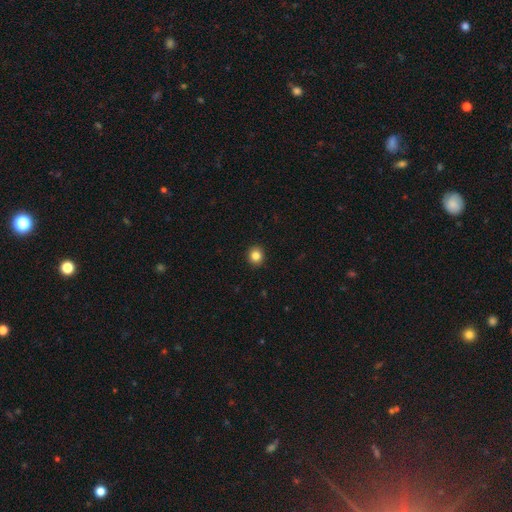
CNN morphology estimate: Smooth or featured?
  - smooth: 84% *
  - star or artifact: 11%
  - featured or disk: 5%
How rounded?
  - round: 89% *
  - in between: 10%
  - cigar-shaped: 1%
Merging?
  - none: 93% *
  - minor disturbance: 5%
  - major disturbance: 1%
  - merger: 1%